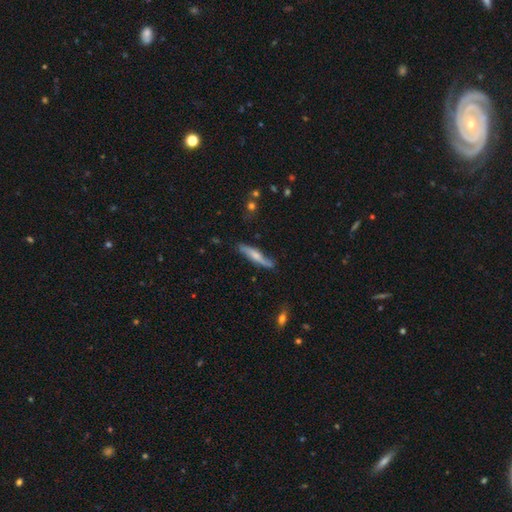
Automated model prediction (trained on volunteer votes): Smooth or featured? featured or disk (55%)
Edge-on disk? yes (67%)
Merging? none (72%)